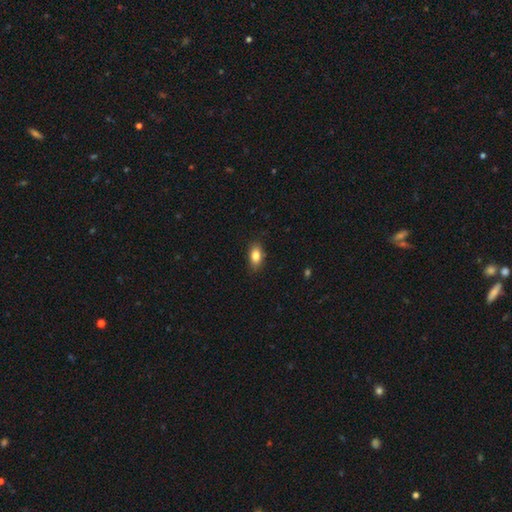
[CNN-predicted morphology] Overall: smooth (83%). How rounded: in between (86%). Merging: none (84%).